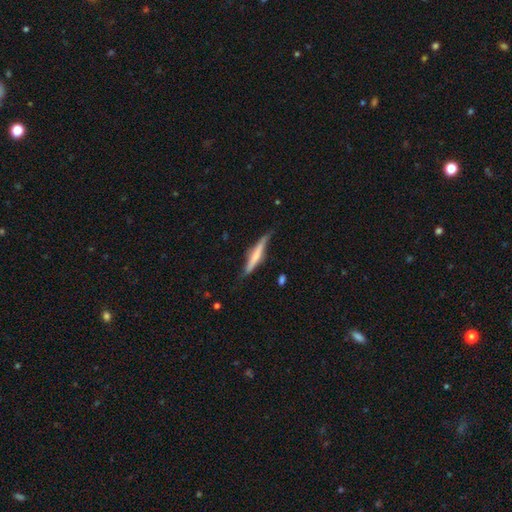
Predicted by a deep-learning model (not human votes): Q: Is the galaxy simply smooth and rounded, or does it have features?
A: smooth — 49%.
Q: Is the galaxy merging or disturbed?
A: none — 72%.